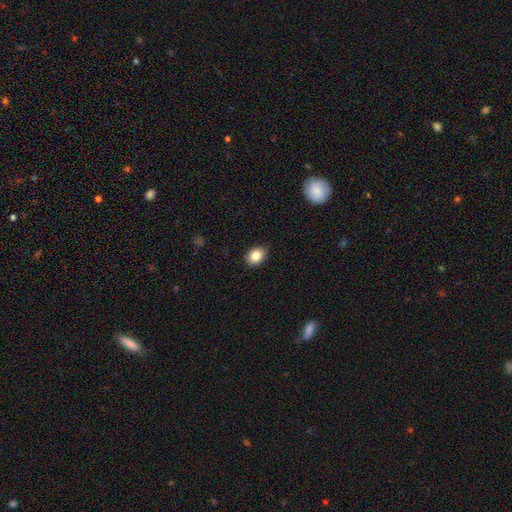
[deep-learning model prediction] Q: Smooth or featured?
A: smooth (84%); runner-up: star or artifact (9%)
Q: How rounded?
A: in between (63%); runner-up: round (35%)
Q: Merging?
A: none (88%); runner-up: minor disturbance (9%)